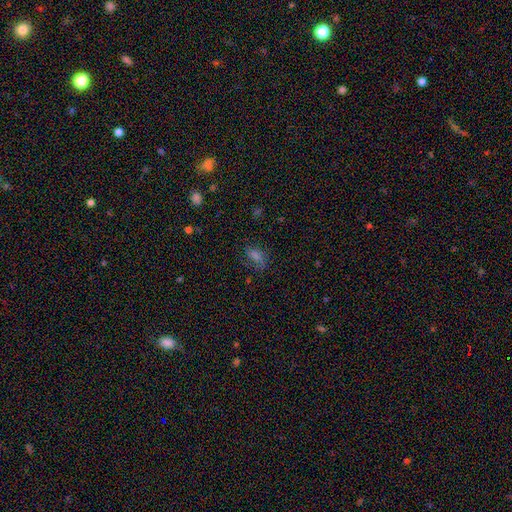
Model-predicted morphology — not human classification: smooth_or_featured: smooth (p=0.47) [alt: star or artifact p=0.31]
merging: none (p=0.64) [alt: minor disturbance p=0.20]